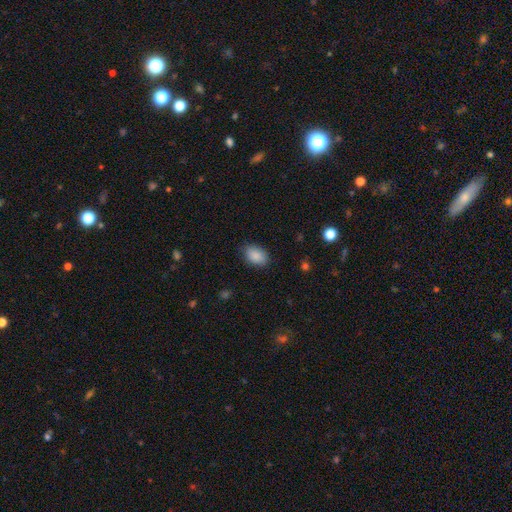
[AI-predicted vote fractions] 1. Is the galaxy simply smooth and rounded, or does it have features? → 88% smooth, 8% star or artifact, 4% featured or disk.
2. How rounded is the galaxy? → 83% in between, 16% round, 1% cigar-shaped.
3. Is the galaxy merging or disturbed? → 83% none, 13% minor disturbance, 3% major disturbance, 1% merger.